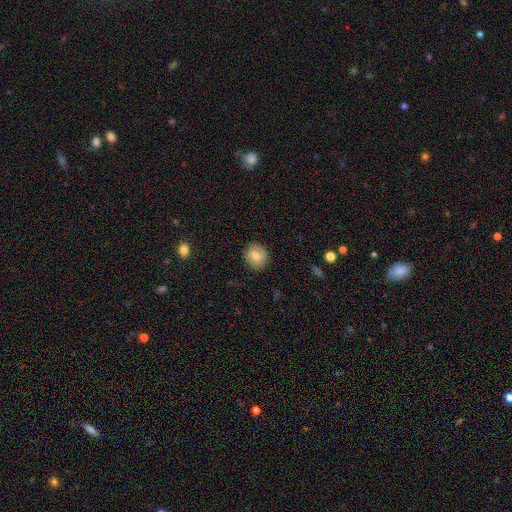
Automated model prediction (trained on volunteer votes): Smooth or featured? smooth (73%)
How rounded? round (79%)
Merging? none (86%)